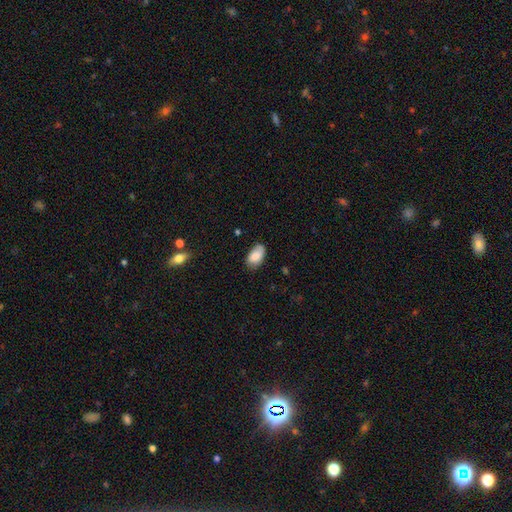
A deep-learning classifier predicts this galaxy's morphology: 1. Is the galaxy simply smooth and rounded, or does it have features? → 84% smooth, 9% featured or disk, 7% star or artifact.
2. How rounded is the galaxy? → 94% in between, 5% round, 2% cigar-shaped.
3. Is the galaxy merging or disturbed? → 68% none, 25% minor disturbance, 5% major disturbance, 2% merger.